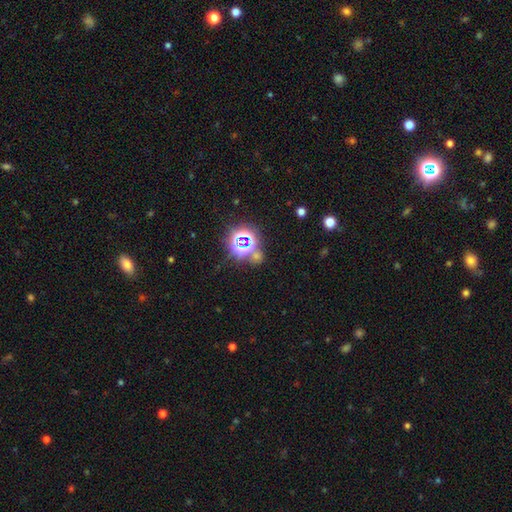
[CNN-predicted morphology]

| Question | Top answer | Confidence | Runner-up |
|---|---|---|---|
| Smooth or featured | star or artifact | 71% | smooth (20%) |